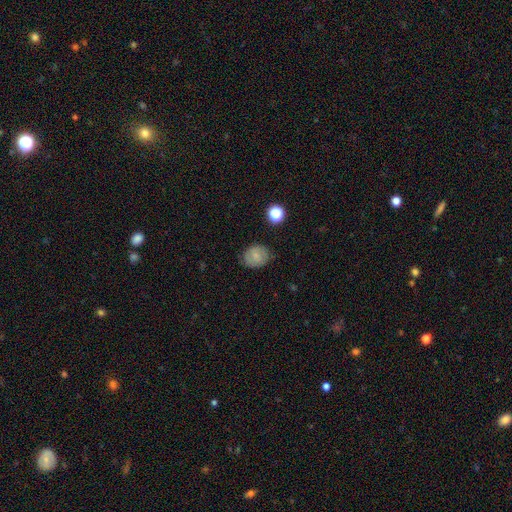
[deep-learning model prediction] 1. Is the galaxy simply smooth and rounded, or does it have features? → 55% smooth, 34% featured or disk, 10% star or artifact.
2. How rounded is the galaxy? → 67% round, 32% in between, 1% cigar-shaped.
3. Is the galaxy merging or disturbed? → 79% none, 15% minor disturbance, 4% major disturbance, 1% merger.